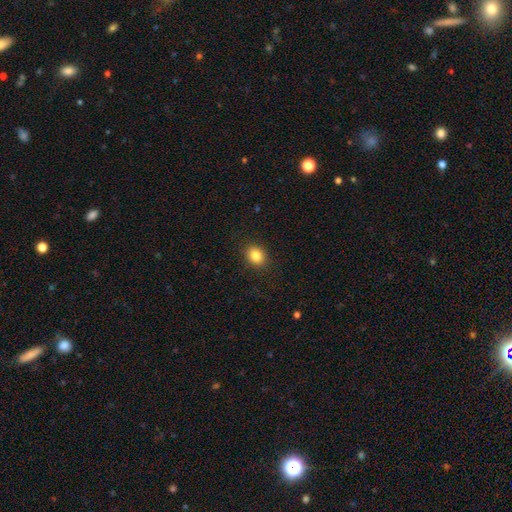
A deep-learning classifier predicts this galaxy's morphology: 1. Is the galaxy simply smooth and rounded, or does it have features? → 85% smooth, 10% star or artifact, 5% featured or disk.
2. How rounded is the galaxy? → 50% in between (tied), 50% round (tied), 1% cigar-shaped.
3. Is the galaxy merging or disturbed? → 90% none, 7% minor disturbance, 2% major disturbance, 1% merger.